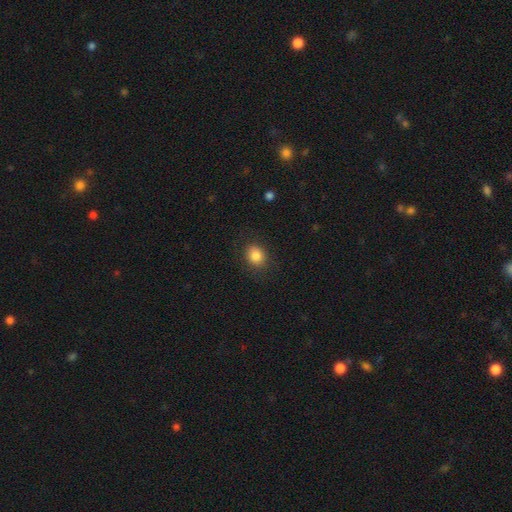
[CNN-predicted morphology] A smooth galaxy with no disk features (85%) that is round (61%). Merging: none (85%).